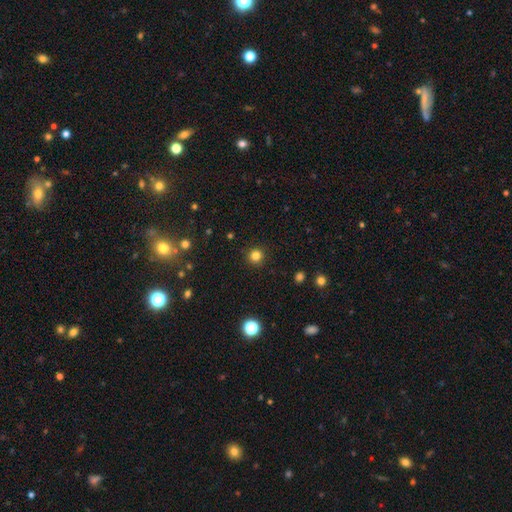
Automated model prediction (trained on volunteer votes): smooth 82%, star or artifact 14%, featured or disk 4%. Down the decision tree: how rounded — round (94%); merging — none (92%).